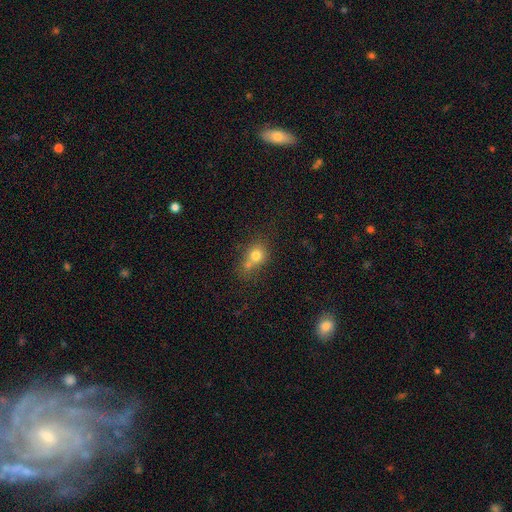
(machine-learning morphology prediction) smooth-or-featured: smooth: 76% | featured or disk: 12% | star or artifact: 12%
  how-rounded: round: 75% | in between: 24% | cigar-shaped: 1%
  merging: merger: 45% | none: 39% | minor disturbance: 11% | major disturbance: 5%